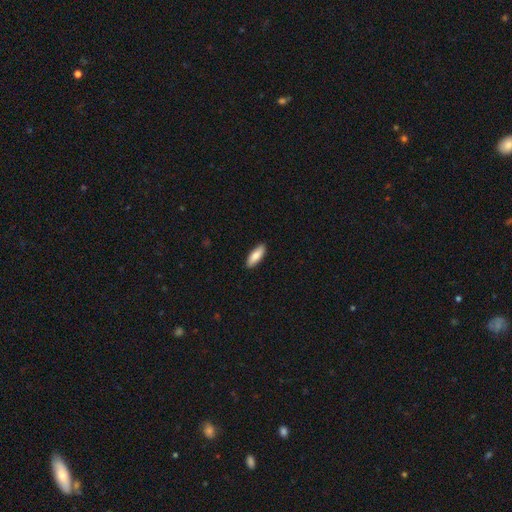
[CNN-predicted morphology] A smooth galaxy with no disk features (83%) that is in between round and cigar-shaped (59%). Merging: none (90%).